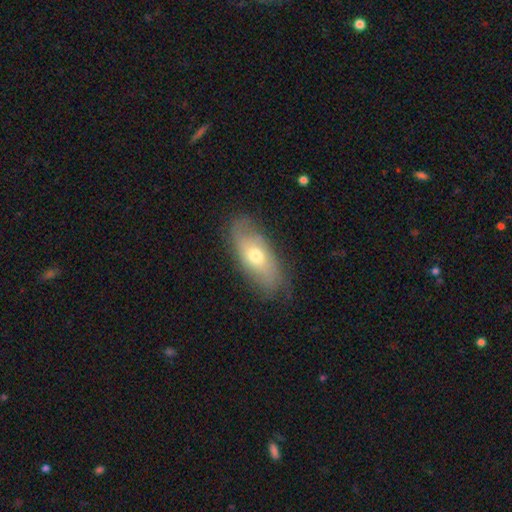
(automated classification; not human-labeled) Smooth or featured: smooth — 50% (featured or disk — 42%)
Merging: none — 76% (minor disturbance — 18%)